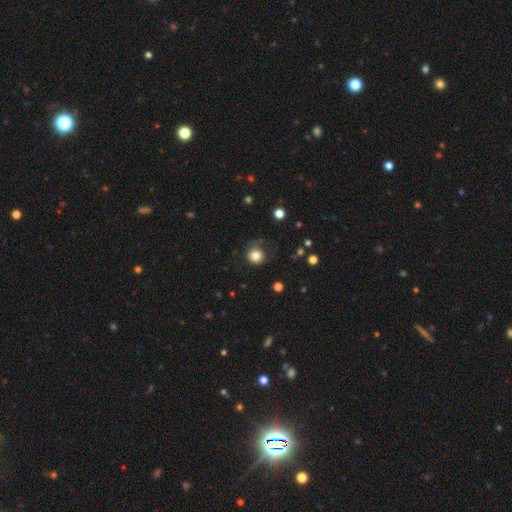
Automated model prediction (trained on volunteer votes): smooth_or_featured: smooth (p=0.81) [alt: star or artifact p=0.11]
how_rounded: round (p=0.91) [alt: in between p=0.08]
merging: none (p=0.69) [alt: minor disturbance p=0.19]